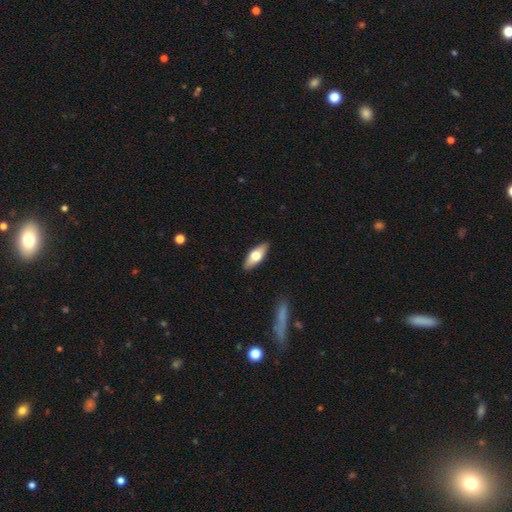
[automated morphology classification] A smooth galaxy with no disk features (60%) that is in between round and cigar-shaped (70%). Merging: none (89%).